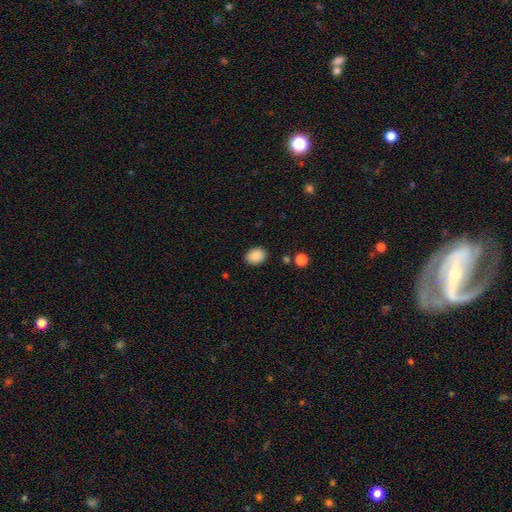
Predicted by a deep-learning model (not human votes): Smooth or featured? Predicted: smooth (p=0.89). How rounded? Predicted: in between (p=0.62). Merging? Predicted: none (p=0.87).